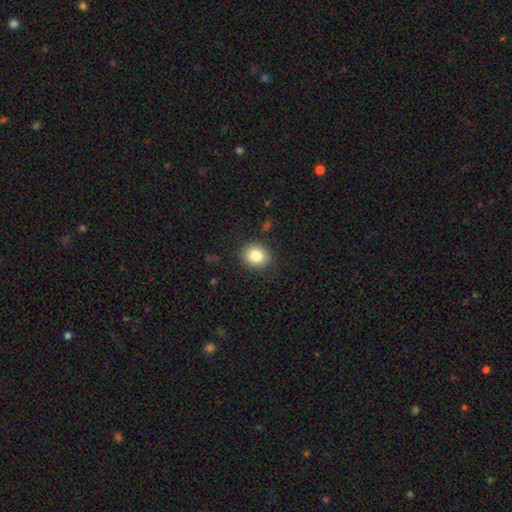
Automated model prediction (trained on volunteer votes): Overall: smooth (84%). How rounded: round (71%). Merging: none (87%).